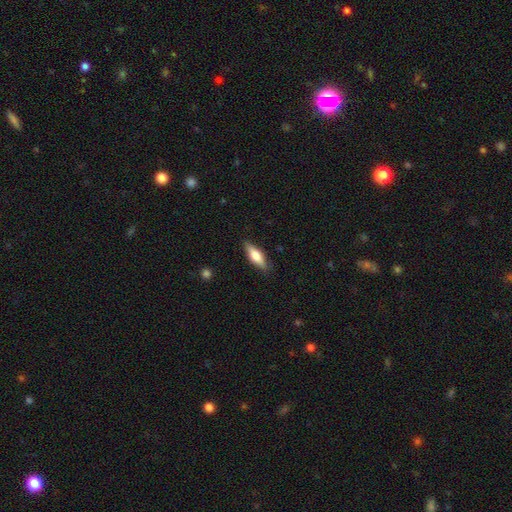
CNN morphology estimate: Q: Smooth or featured?
A: smooth (65%); runner-up: featured or disk (29%)
Q: How rounded?
A: in between (54%); runner-up: cigar-shaped (44%)
Q: Merging?
A: none (86%); runner-up: minor disturbance (11%)